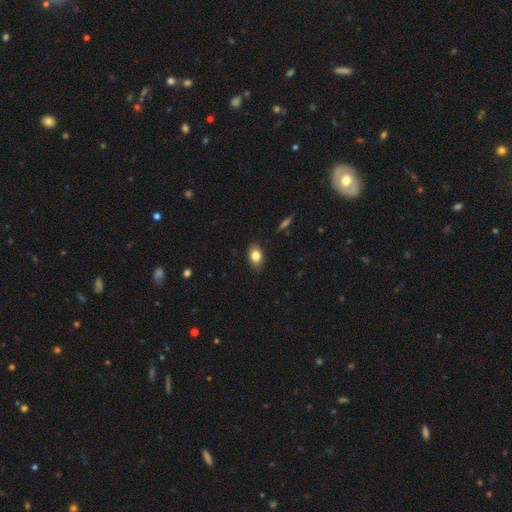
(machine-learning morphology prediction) This appears to be a smooth galaxy with no disk features (81%) that is in between round and cigar-shaped (82%). Merging: none (87%).